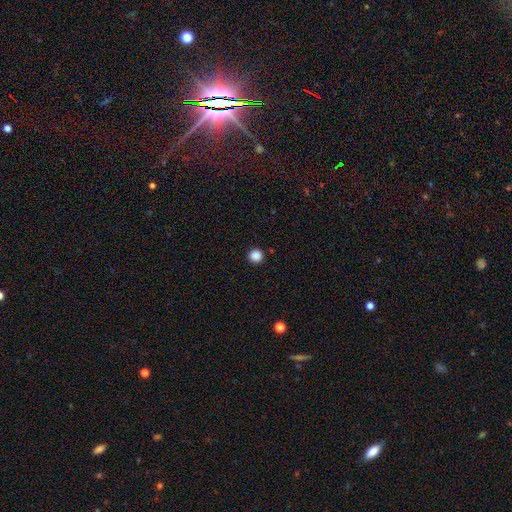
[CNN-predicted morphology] type=smooth (87%); roundness=round (95%); merging=none (92%).